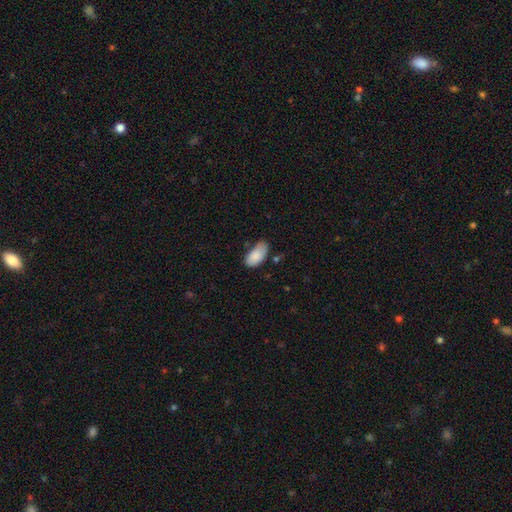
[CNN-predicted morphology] This is clearly a smooth galaxy (86%). How rounded: clearly in between (94%). Merging: possibly none (55%).